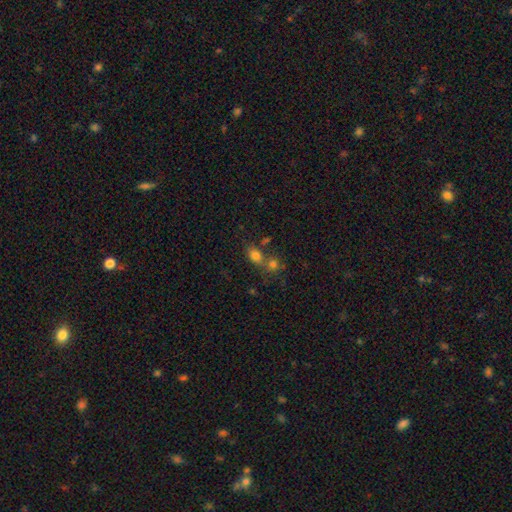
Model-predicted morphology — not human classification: A smooth galaxy with no disk features (76%) that is in between round and cigar-shaped (66%). Merging: none (44%).